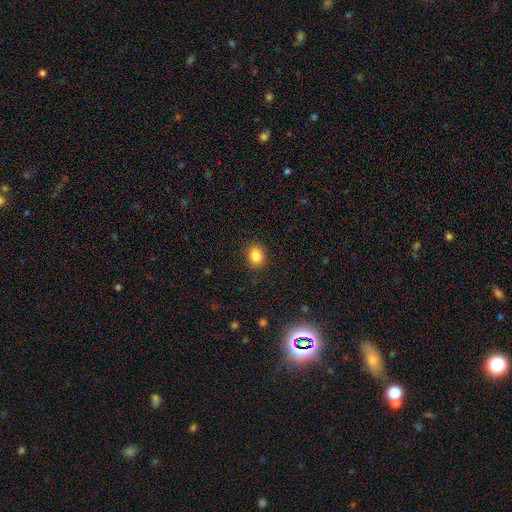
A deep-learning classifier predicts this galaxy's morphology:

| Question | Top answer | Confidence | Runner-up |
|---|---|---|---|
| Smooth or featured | smooth | 85% | star or artifact (10%) |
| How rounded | round | 63% | in between (37%) |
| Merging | none | 88% | minor disturbance (9%) |